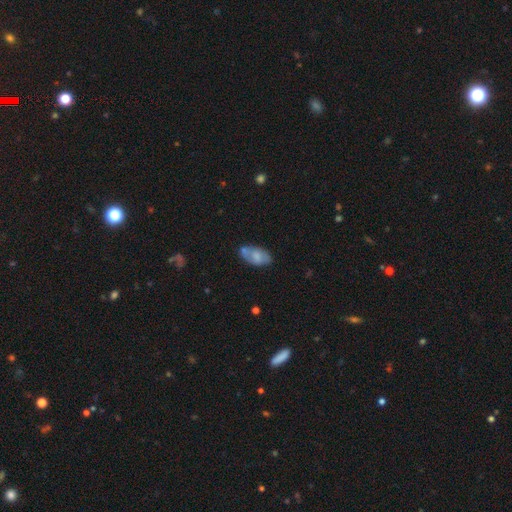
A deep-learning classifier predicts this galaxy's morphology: Overall: smooth (64%; featured or disk 28%). How rounded: in between (92%). Merging: none (59%; minor disturbance 23%).